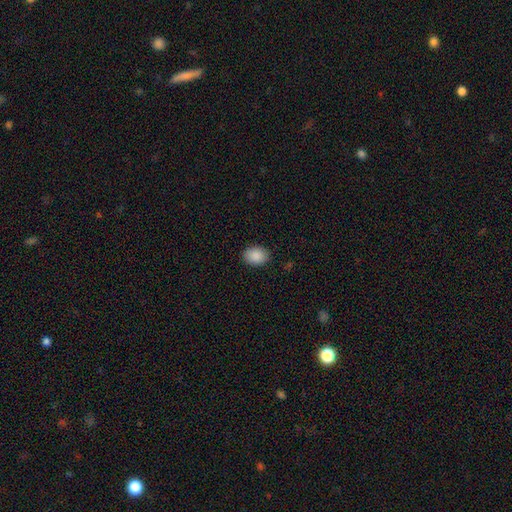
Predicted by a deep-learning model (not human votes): A smooth galaxy with no disk features (90%) that is in between round and cigar-shaped (72%).

Vote fractions:
- Smooth or featured? smooth: 90% / star or artifact: 7% / featured or disk: 3%
- How rounded? in between: 72% / round: 27% / cigar-shaped: 1%
- Merging? none: 89% / minor disturbance: 8% / major disturbance: 2% / merger: 1%